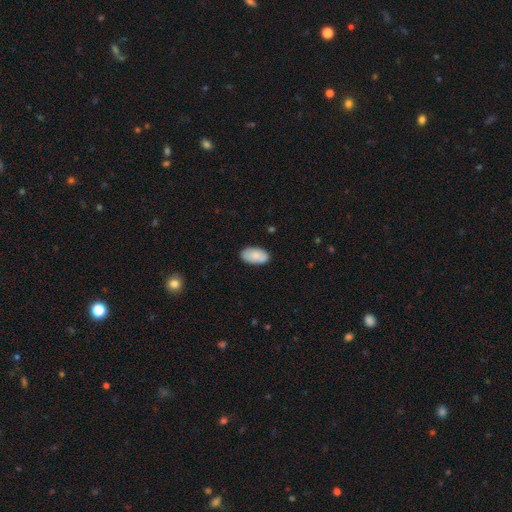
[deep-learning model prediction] smooth-or-featured: smooth: 86% | featured or disk: 8% | star or artifact: 6%
  how-rounded: in between: 95% | round: 3% | cigar-shaped: 2%
  merging: none: 85% | minor disturbance: 12% | major disturbance: 2% | merger: 1%